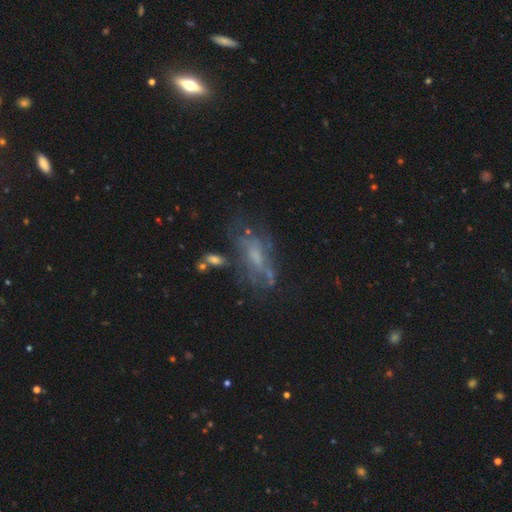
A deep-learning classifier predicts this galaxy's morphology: A featured or disk galaxy (60%) with no bar (67%), no spiral arms (60%) and a small central bulge (32%).

Vote fractions:
- Smooth or featured? featured or disk: 60% / smooth: 27% / star or artifact: 13%
- Edge-on disk? no: 89% / yes: 11%
- Bar? no: 67% / weak: 27% / strong: 6%
- Spiral arms? no: 60% / yes: 40%
- Bulge size? small: 32% / none: 31% / moderate: 30% / large: 5% / dominant: 1%
- Merging? none: 47% / major disturbance: 22% / minor disturbance: 21% / merger: 10%